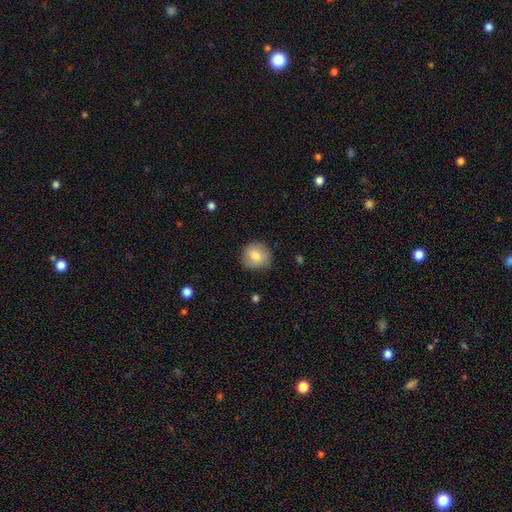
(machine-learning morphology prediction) Smooth or featured: smooth — 79% (featured or disk — 13%)
How rounded: round — 88% (in between — 11%)
Merging: none — 82% (minor disturbance — 14%)